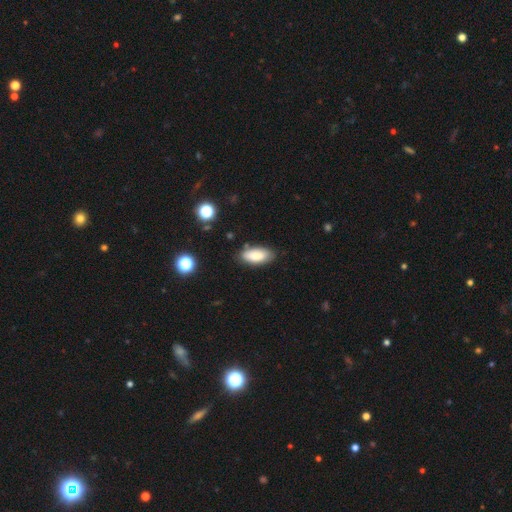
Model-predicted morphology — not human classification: type=smooth (84%); roundness=in between (87%); merging=none (82%).